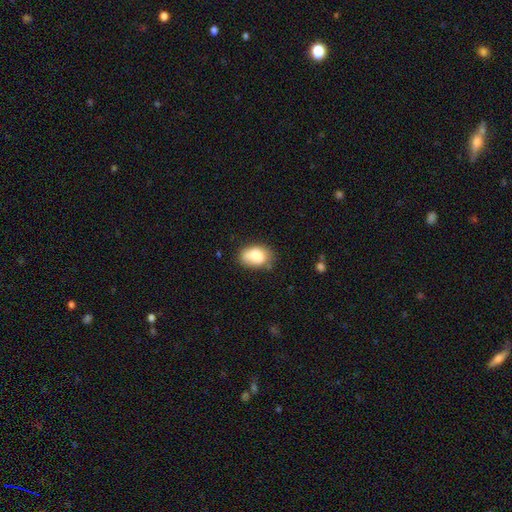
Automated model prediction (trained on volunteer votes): A smooth galaxy with no disk features (83%) that is in between round and cigar-shaped (84%).

Vote fractions:
- Smooth or featured? smooth: 83% / featured or disk: 10% / star or artifact: 7%
- How rounded? in between: 84% / round: 14% / cigar-shaped: 1%
- Merging? none: 62% / minor disturbance: 27% / major disturbance: 6% / merger: 5%